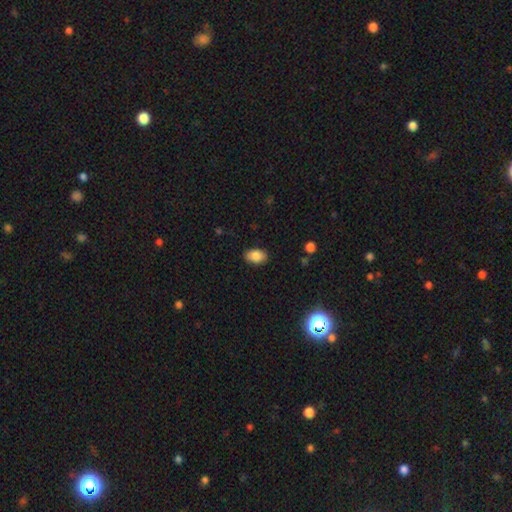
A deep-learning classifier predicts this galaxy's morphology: smooth 86%, star or artifact 8%, featured or disk 6%. Down the decision tree: how rounded — in between (89%); merging — none (86%).